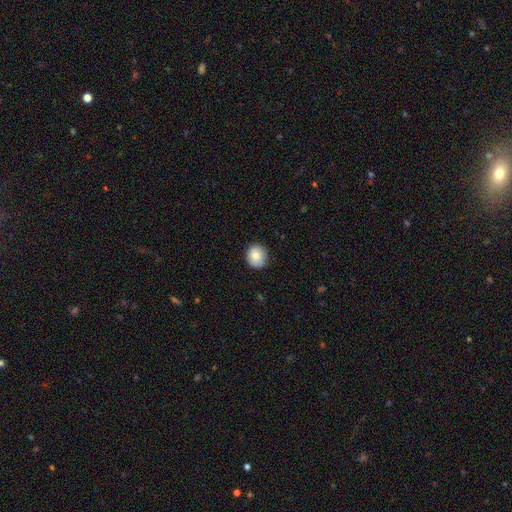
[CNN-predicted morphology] Smooth or featured? smooth (83%)
How rounded? round (85%)
Merging? none (86%)